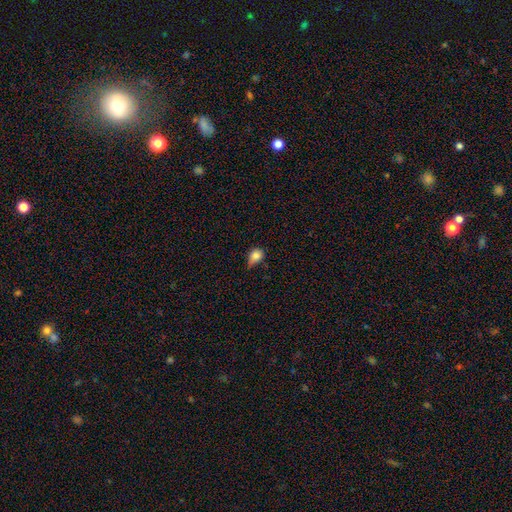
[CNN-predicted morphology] A smooth galaxy with no disk features (82%) that is in between round and cigar-shaped (55%).

Vote fractions:
- Smooth or featured? smooth: 82% / star or artifact: 10% / featured or disk: 8%
- How rounded? in between: 55% / round: 43% / cigar-shaped: 2%
- Merging? minor disturbance: 49% / none: 35% / major disturbance: 13% / merger: 3%